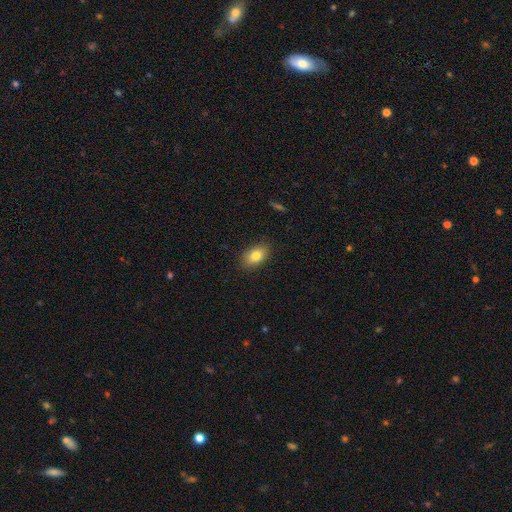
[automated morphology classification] A smooth galaxy with no disk features (81%) that is in between round and cigar-shaped (88%). Merging: none (88%).